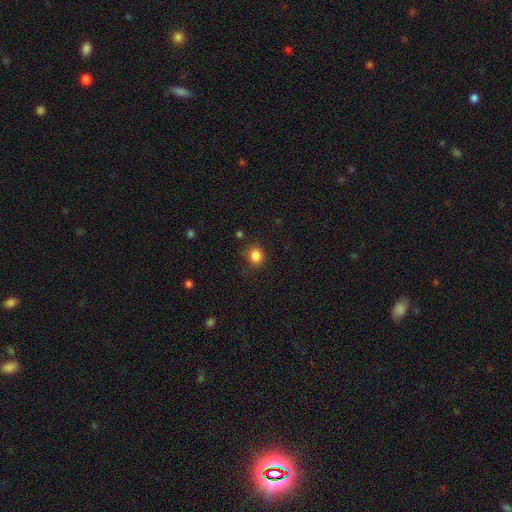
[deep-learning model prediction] Smooth or featured?
  - smooth: 86% *
  - star or artifact: 11%
  - featured or disk: 4%
How rounded?
  - round: 76% *
  - in between: 23%
  - cigar-shaped: 1%
Merging?
  - none: 84% *
  - minor disturbance: 11%
  - major disturbance: 3%
  - merger: 2%